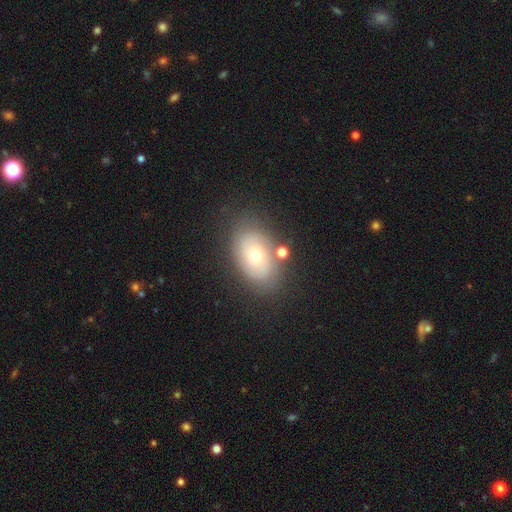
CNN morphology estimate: smooth-or-featured: smooth: 47% | featured or disk: 43% | star or artifact: 11%
  merging: none: 73% | minor disturbance: 15% | merger: 7% | major disturbance: 6%